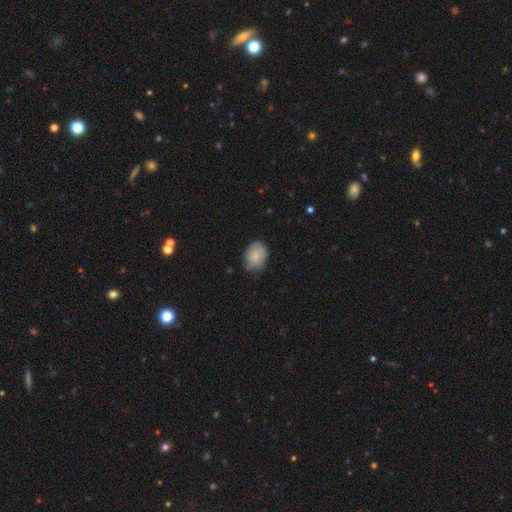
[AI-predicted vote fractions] smooth-or-featured: smooth: 81% | featured or disk: 12% | star or artifact: 7%
  how-rounded: in between: 69% | round: 30% | cigar-shaped: 1%
  merging: none: 71% | minor disturbance: 24% | major disturbance: 4% | merger: 1%